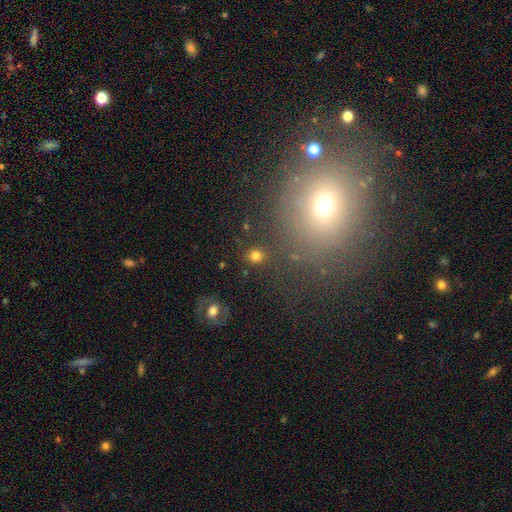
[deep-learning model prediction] Smooth or featured?
  - smooth: 78% *
  - star or artifact: 16%
  - featured or disk: 6%
How rounded?
  - round: 79% *
  - in between: 19%
  - cigar-shaped: 1%
Merging?
  - none: 85% *
  - minor disturbance: 8%
  - major disturbance: 4%
  - merger: 4%